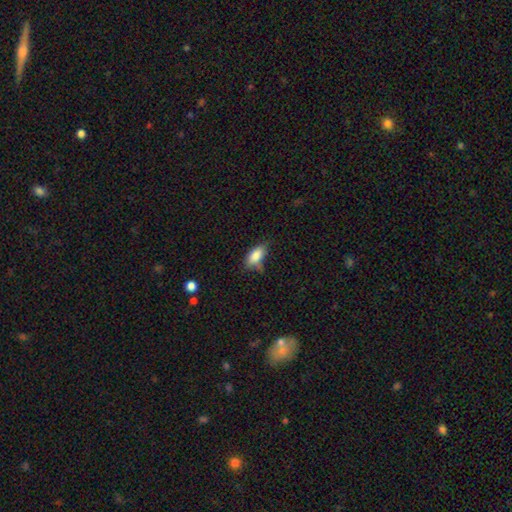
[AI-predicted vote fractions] Q: Smooth or featured?
A: smooth (82%); runner-up: featured or disk (10%)
Q: How rounded?
A: in between (86%); runner-up: cigar-shaped (10%)
Q: Merging?
A: none (53%); runner-up: minor disturbance (30%)